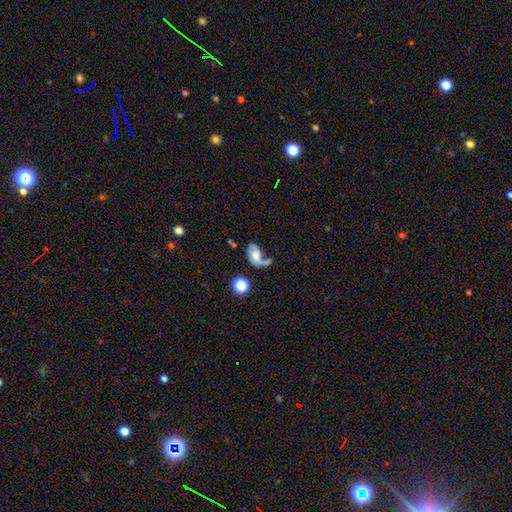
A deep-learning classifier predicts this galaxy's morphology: A smooth galaxy with no disk features (49%). Merging: major disturbance (31%).